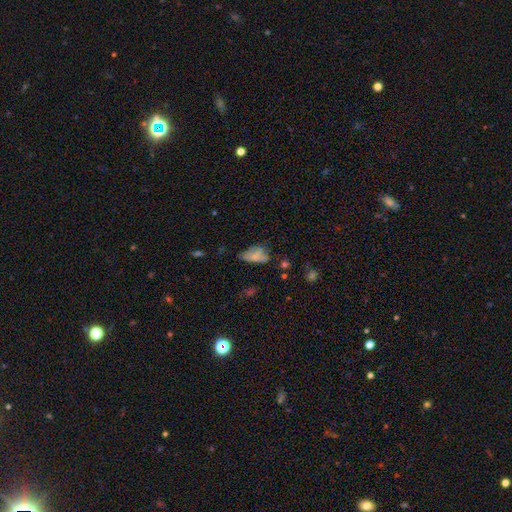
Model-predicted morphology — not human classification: This appears to be a smooth galaxy with no disk features (67%) that is in between round and cigar-shaped (89%). Merging: none (35%, tied with minor disturbance).